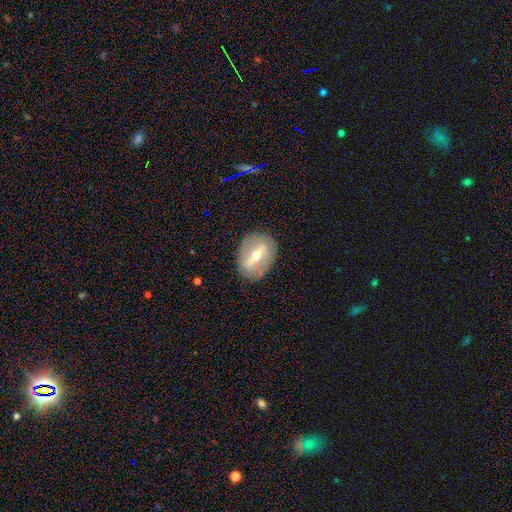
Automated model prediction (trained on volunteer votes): A featured or disk galaxy (68%) with a strong bar (67%), no spiral arms (76%) and a moderate central bulge (66%). Merging: none (82%).